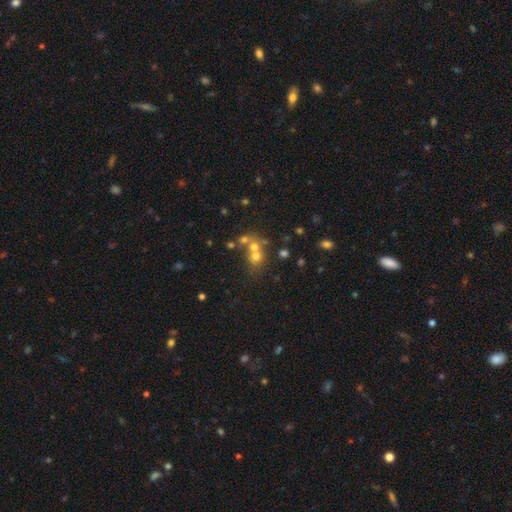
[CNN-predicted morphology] A smooth galaxy with no disk features (57%) that is round (78%).

Vote fractions:
- Smooth or featured? smooth: 57% / featured or disk: 22% / star or artifact: 21%
- How rounded? round: 78% / in between: 21% / cigar-shaped: 1%
- Merging? merger: 49% / none: 39% / minor disturbance: 7% / major disturbance: 5%